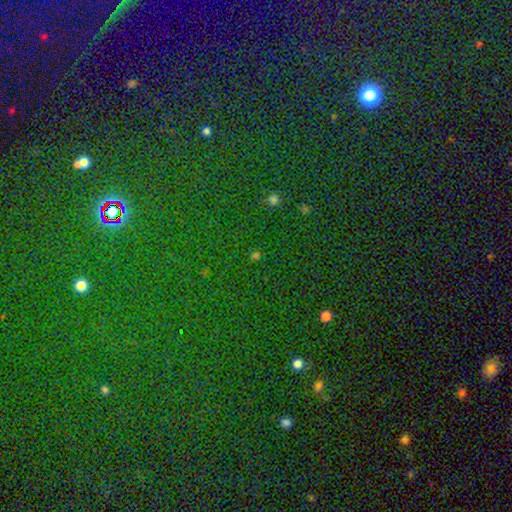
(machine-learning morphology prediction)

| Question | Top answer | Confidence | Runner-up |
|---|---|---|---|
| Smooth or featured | star or artifact | 62% | smooth (31%) |